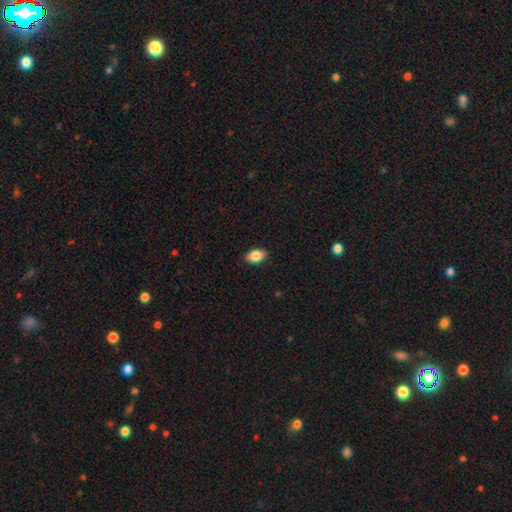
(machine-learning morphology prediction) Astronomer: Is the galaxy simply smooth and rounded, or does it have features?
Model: smooth — 86%.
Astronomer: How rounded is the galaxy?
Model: in between — 88%.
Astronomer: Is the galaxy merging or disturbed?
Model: none — 88%.